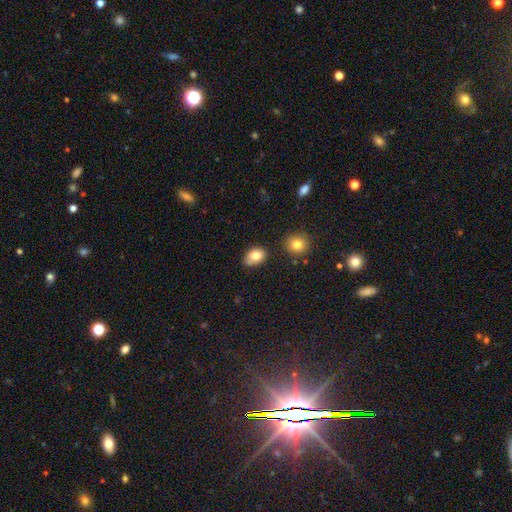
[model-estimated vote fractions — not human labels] Smooth or featured: smooth — 80% (featured or disk — 11%)
How rounded: in between — 71% (round — 28%)
Merging: none — 67% (minor disturbance — 23%)